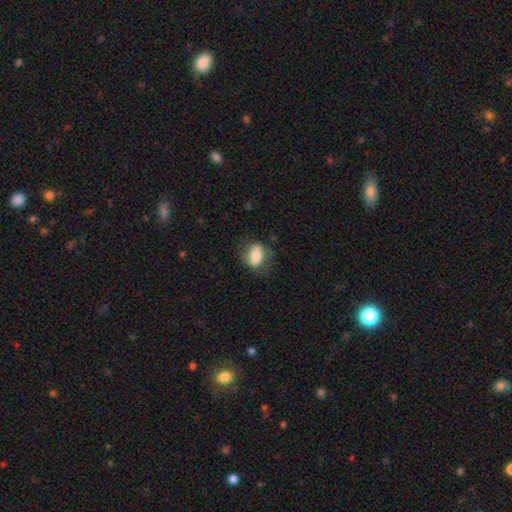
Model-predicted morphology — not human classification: This is likely a smooth galaxy (66%). How rounded: clearly in between (80%). Merging: likely none (68%).